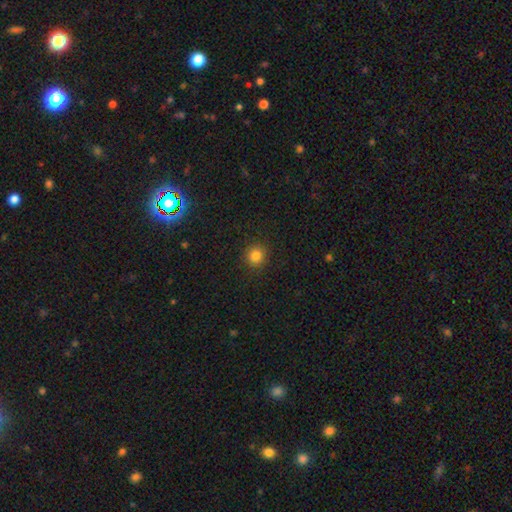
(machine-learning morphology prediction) This is clearly a smooth galaxy (83%). How rounded: clearly round (92%). Merging: clearly none (91%).